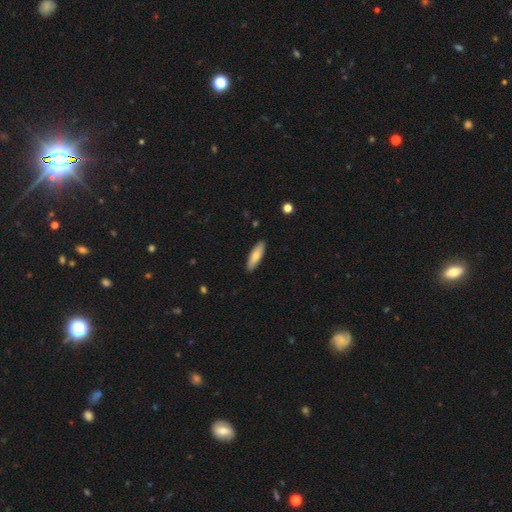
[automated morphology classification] Smooth or featured?
  - smooth: 77% *
  - featured or disk: 18%
  - star or artifact: 6%
How rounded?
  - cigar-shaped: 53% *
  - in between: 45%
  - round: 2%
Merging?
  - none: 90% *
  - minor disturbance: 8%
  - major disturbance: 1%
  - merger: 1%